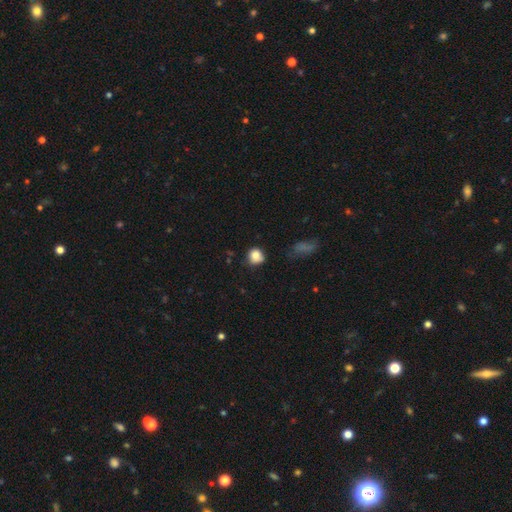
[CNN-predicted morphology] smooth 84%, star or artifact 10%, featured or disk 6%. Down the decision tree: how rounded — round (84%); merging — none (66%).